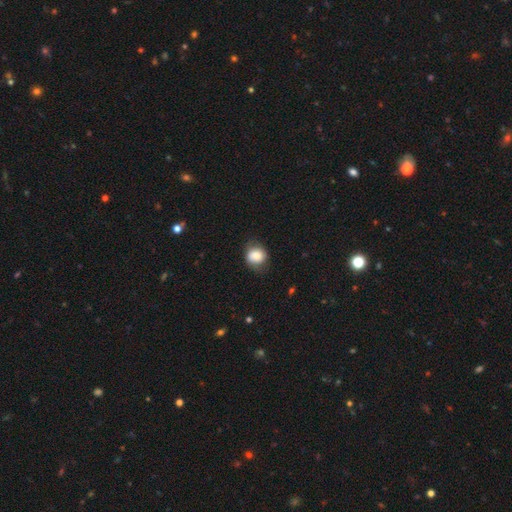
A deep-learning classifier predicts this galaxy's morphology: A smooth galaxy with no disk features (79%) that is round (70%). Merging: none (71%).